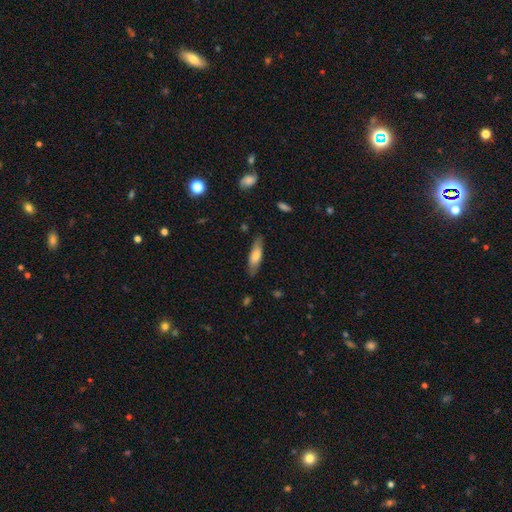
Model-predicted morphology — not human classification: smooth 66%, featured or disk 28%, star or artifact 6%. Down the decision tree: how rounded — cigar-shaped (56%); merging — none (82%).